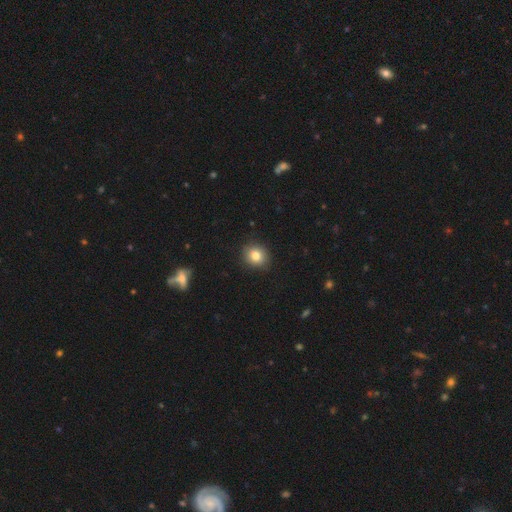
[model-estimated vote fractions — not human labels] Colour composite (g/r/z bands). It shows a smooth galaxy with no disk features (82%) that is round (78%). Merging: none (90%).